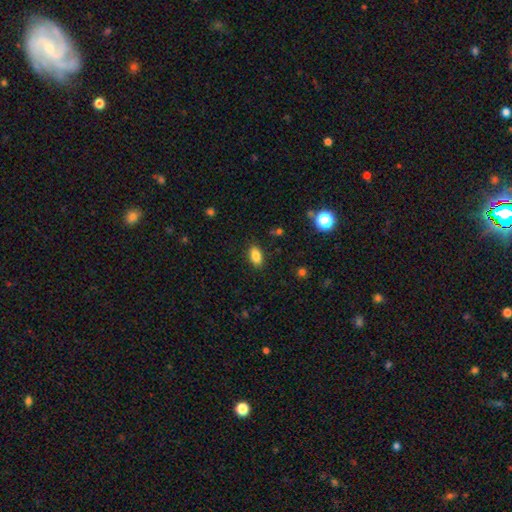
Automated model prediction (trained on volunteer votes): Smooth or featured? smooth (85%)
How rounded? in between (89%)
Merging? none (87%)